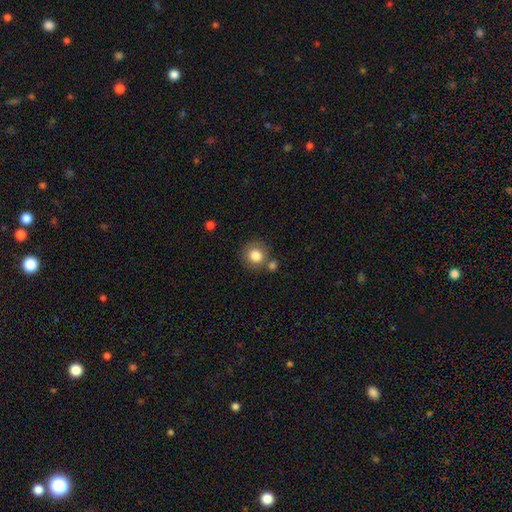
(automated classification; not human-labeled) Smooth or featured? Predicted: smooth (p=0.83). How rounded? Predicted: round (p=0.90). Merging? Predicted: none (p=0.70).